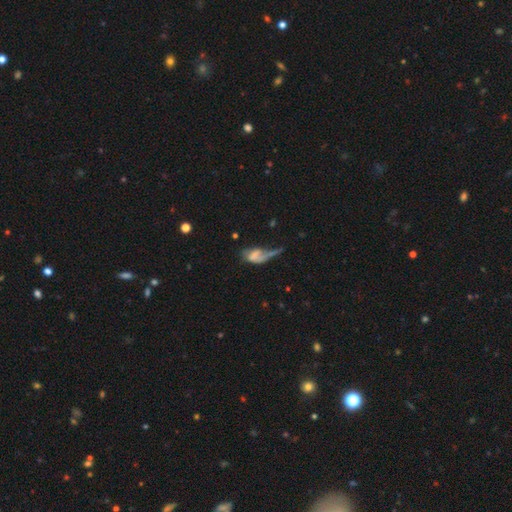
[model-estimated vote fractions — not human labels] Smooth or featured?
  - smooth: 47% *
  - featured or disk: 42%
  - star or artifact: 11%
Merging?
  - major disturbance: 54% *
  - none: 17%
  - minor disturbance: 16%
  - merger: 13%